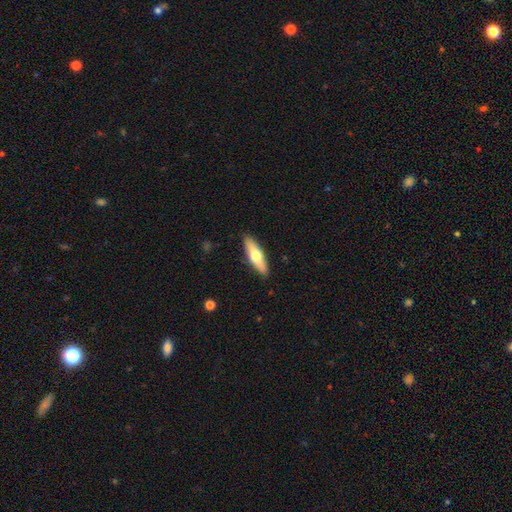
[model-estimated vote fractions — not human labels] Smooth or featured? smooth (57%)
How rounded? cigar-shaped (62%)
Merging? none (89%)